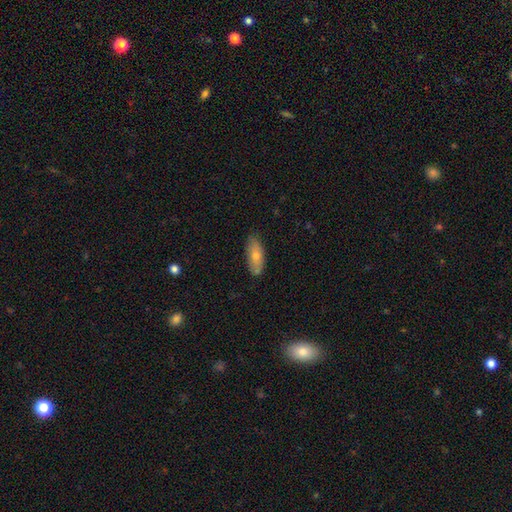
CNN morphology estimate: smooth_or_featured: smooth (p=0.64) [alt: featured or disk p=0.28]
how_rounded: in between (p=0.65) [alt: cigar-shaped p=0.32]
merging: none (p=0.82) [alt: minor disturbance p=0.14]